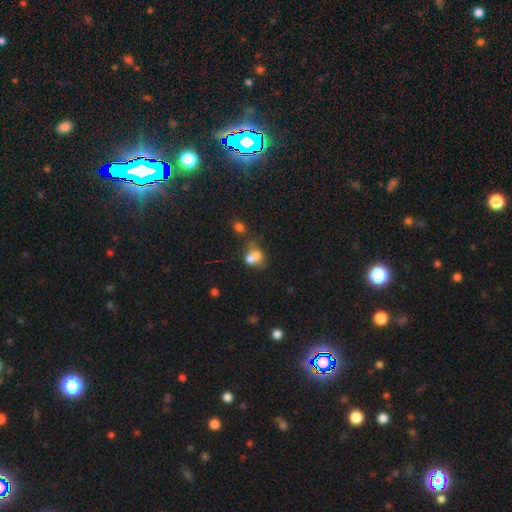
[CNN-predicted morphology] This appears to be a smooth galaxy with no disk features (66%) that is round (55%). Merging: merger (63%).